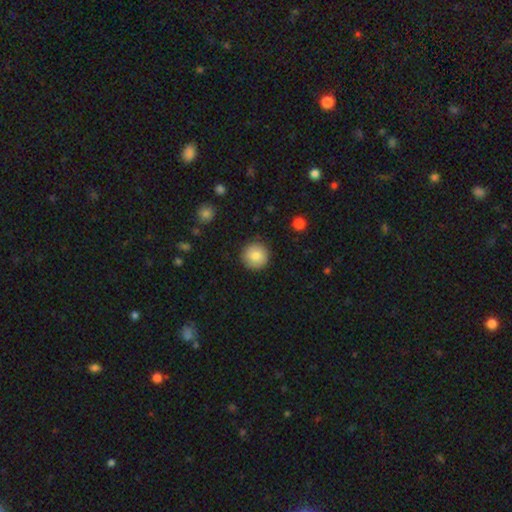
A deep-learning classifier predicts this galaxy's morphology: Overall: smooth (82%). How rounded: round (96%). Merging: none (91%).